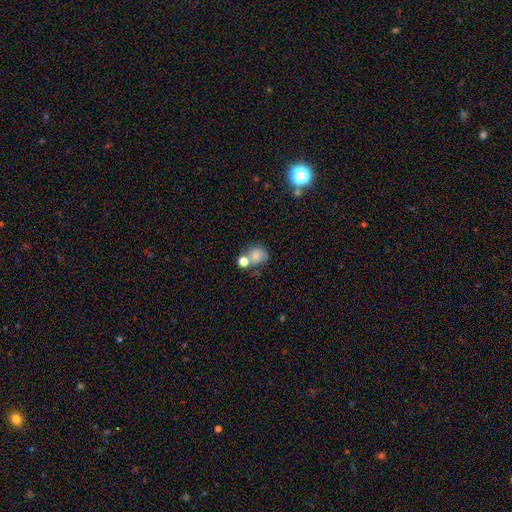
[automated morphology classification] type=smooth (71%); roundness=round (68%); merging=none (41%).